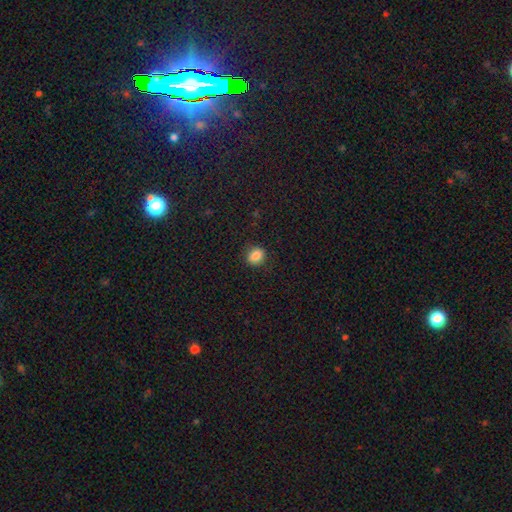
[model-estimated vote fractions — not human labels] A smooth galaxy with no disk features (85%) that is round (55%). Merging: none (87%).